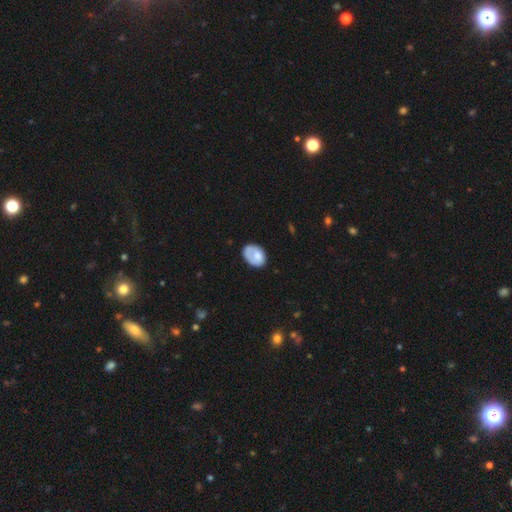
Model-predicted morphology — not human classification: smooth-or-featured: smooth: 67% | featured or disk: 27% | star or artifact: 6%
  how-rounded: in between: 78% | round: 20% | cigar-shaped: 1%
  merging: none: 51% | minor disturbance: 30% | major disturbance: 16% | merger: 4%